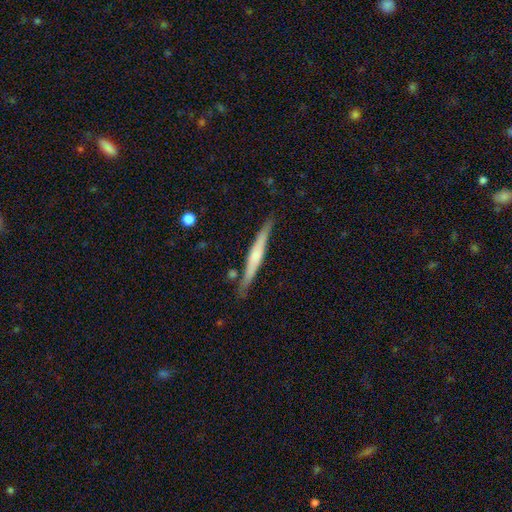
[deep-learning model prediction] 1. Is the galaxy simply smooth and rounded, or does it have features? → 57% featured or disk, 38% smooth, 5% star or artifact.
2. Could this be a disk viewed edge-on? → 96% yes, 4% no.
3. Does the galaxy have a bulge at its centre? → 48% rounded, 35% none, 17% boxy.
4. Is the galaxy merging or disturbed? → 84% none, 11% minor disturbance, 3% merger, 2% major disturbance.